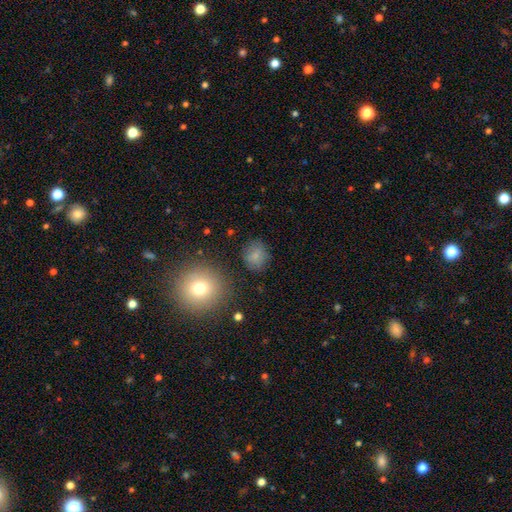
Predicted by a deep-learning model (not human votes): Smooth or featured?
  - smooth: 80% *
  - star or artifact: 12%
  - featured or disk: 8%
How rounded?
  - round: 67% *
  - in between: 32%
  - cigar-shaped: 1%
Merging?
  - none: 79% *
  - minor disturbance: 13%
  - major disturbance: 5%
  - merger: 3%